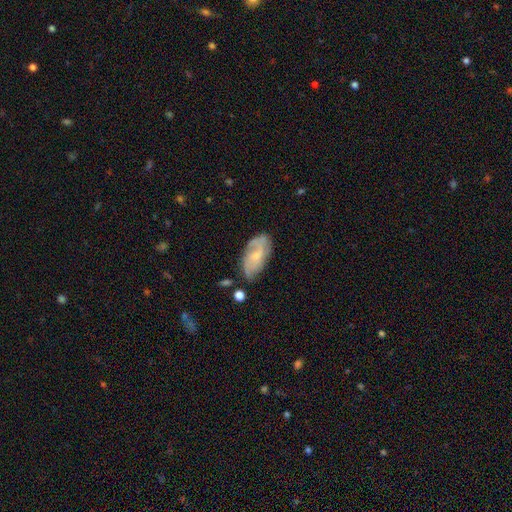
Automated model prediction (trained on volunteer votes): Overall: featured or disk (62%; smooth 31%). Edge-on disk: no (94%). Bar: no (65%; weak 31%). Spiral arms: yes (86%). Spiral arm count: 2 (39%; can't tell 30%). Spiral winding: medium (43%; tight 37%). Bulge size: small (56%; moderate 29%). Merging: none (66%).